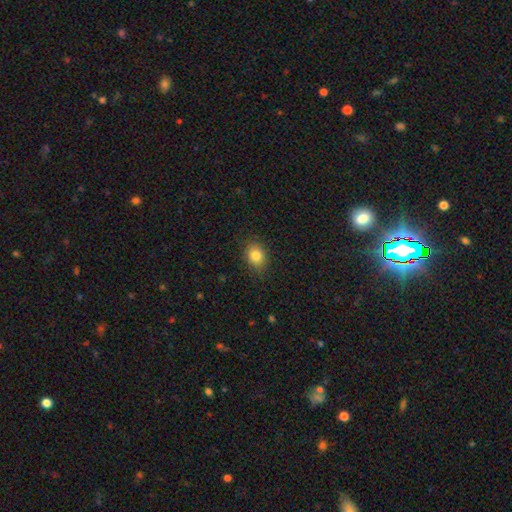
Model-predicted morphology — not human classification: smooth 83%, star or artifact 10%, featured or disk 7%. Down the decision tree: how rounded — in between (53%); merging — none (84%).